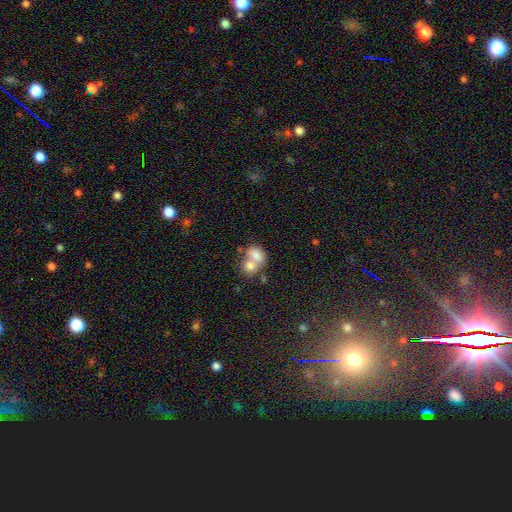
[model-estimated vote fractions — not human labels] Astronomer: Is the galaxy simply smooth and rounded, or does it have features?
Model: smooth — 75%.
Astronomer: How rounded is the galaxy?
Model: in between — 67%.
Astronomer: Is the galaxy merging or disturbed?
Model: merger — 69%.